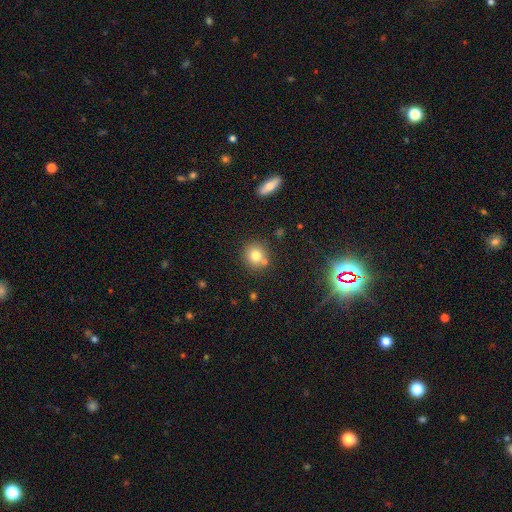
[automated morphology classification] smooth_or_featured: smooth (p=0.77) [alt: star or artifact p=0.13]
how_rounded: round (p=0.89) [alt: in between p=0.10]
merging: none (p=0.72) [alt: merger p=0.16]